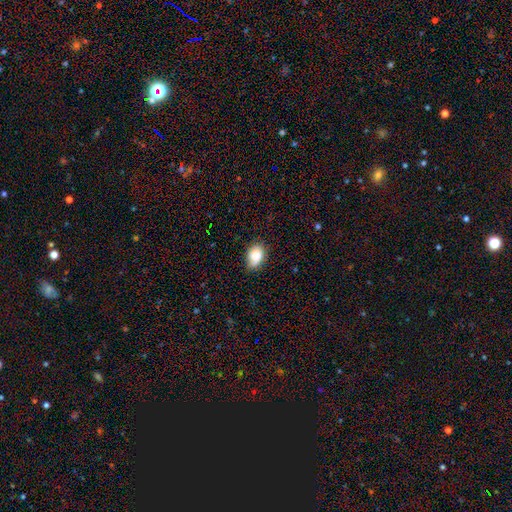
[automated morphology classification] Smooth or featured? smooth (80%)
How rounded? in between (77%)
Merging? none (65%)